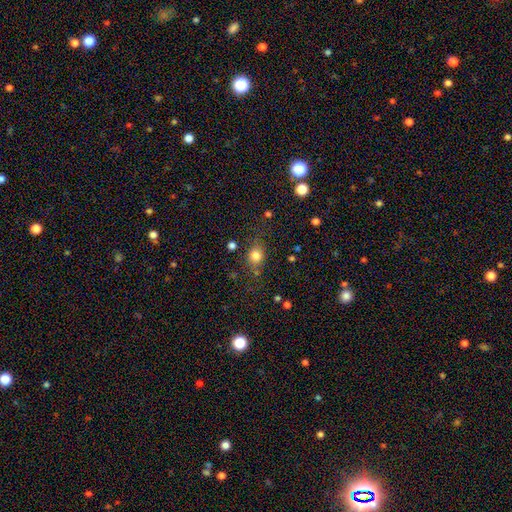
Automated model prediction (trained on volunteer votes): smooth-or-featured: smooth: 78% | star or artifact: 13% | featured or disk: 9%
  how-rounded: round: 61% | in between: 37% | cigar-shaped: 2%
  merging: none: 72% | minor disturbance: 17% | major disturbance: 7% | merger: 5%